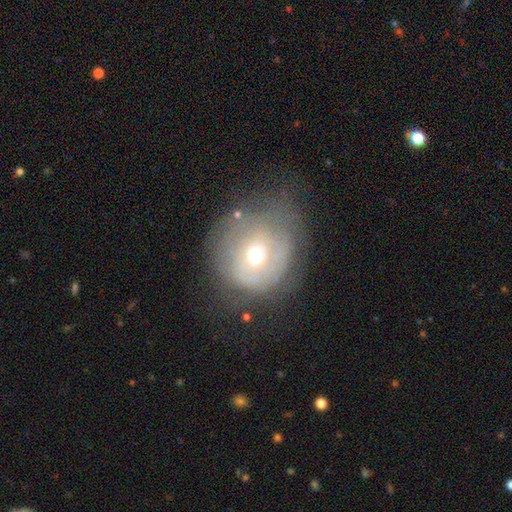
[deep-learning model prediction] The model was most divided on "smooth or featured": smooth: 45%, featured or disk: 43%, star or artifact: 12%. Remaining: merging — none (44%).